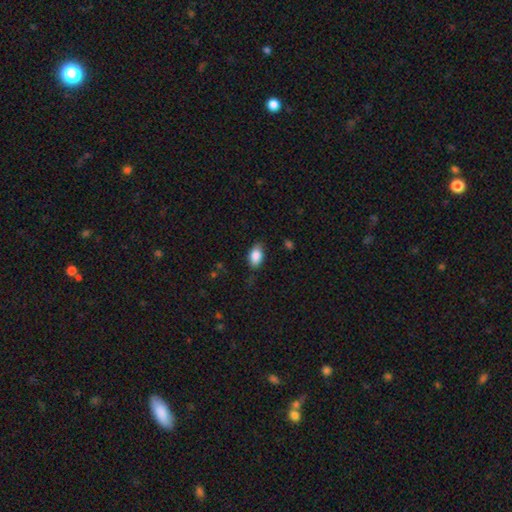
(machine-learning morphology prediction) Overall: smooth (87%). How rounded: in between (90%). Merging: none (74%).